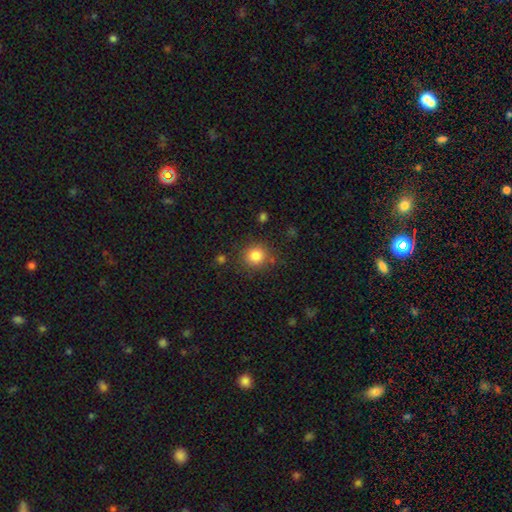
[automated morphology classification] A smooth galaxy with no disk features (83%) that is round (88%).

Vote fractions:
- Smooth or featured? smooth: 83% / star or artifact: 11% / featured or disk: 6%
- How rounded? round: 88% / in between: 11% / cigar-shaped: 1%
- Merging? none: 82% / minor disturbance: 10% / major disturbance: 4% / merger: 4%